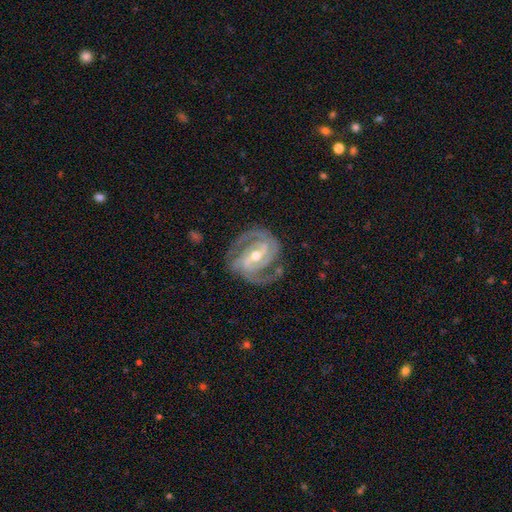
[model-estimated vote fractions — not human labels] featured or disk 93%, star or artifact 4%, smooth 3%. Down the decision tree: edge-on disk — no (98%); bar — strong (43%); spiral arms — yes (98%); spiral arm count — 2 (60%); spiral winding — tight (56%); bulge size — moderate (59%); merging — none (76%).